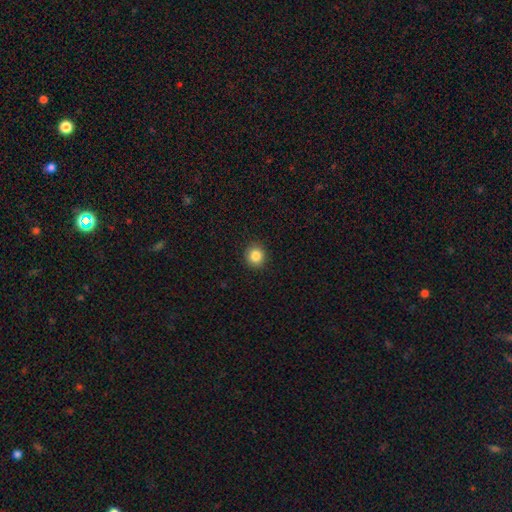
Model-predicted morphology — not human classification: Smooth or featured?
  - smooth: 85% *
  - star or artifact: 10%
  - featured or disk: 5%
How rounded?
  - round: 89% *
  - in between: 10%
  - cigar-shaped: 1%
Merging?
  - none: 91% *
  - minor disturbance: 6%
  - major disturbance: 2%
  - merger: 1%